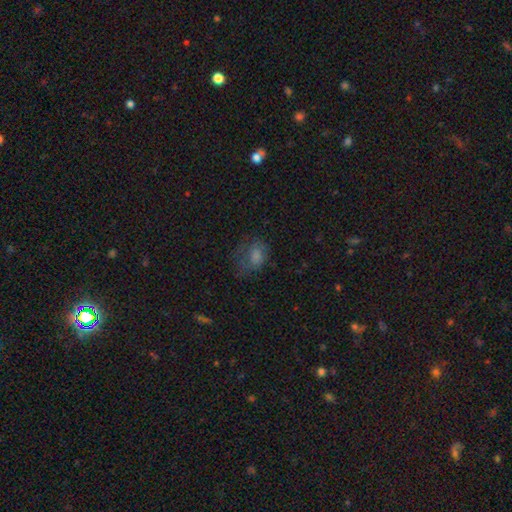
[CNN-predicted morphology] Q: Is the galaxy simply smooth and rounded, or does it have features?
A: smooth — 57%.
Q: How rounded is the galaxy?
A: in between — 69%.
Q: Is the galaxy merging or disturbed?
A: none — 49%.